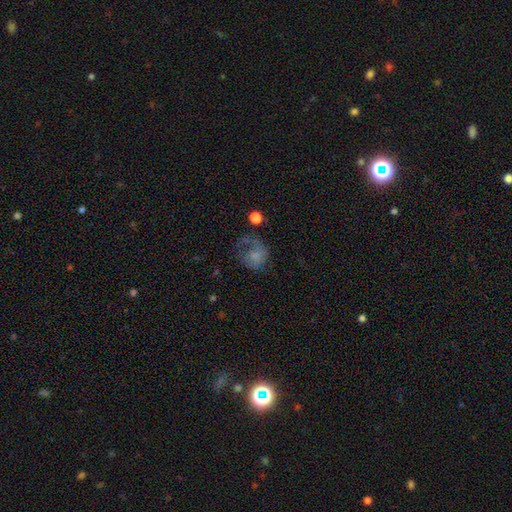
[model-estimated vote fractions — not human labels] A smooth galaxy with no disk features (64%) that is round (70%). Merging: major disturbance (39%).